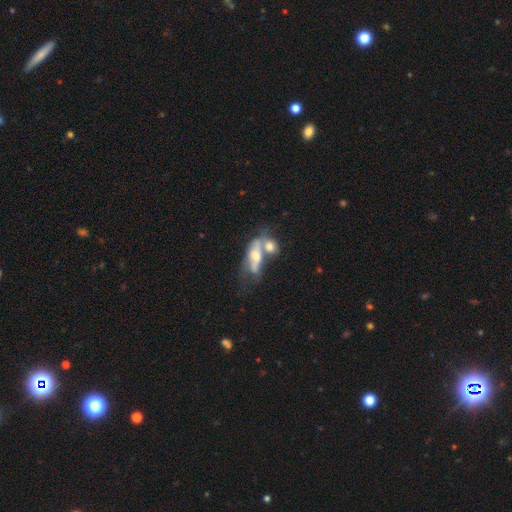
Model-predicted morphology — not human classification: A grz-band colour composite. It shows a featured or disk galaxy (53%). Merging: merger (58%).